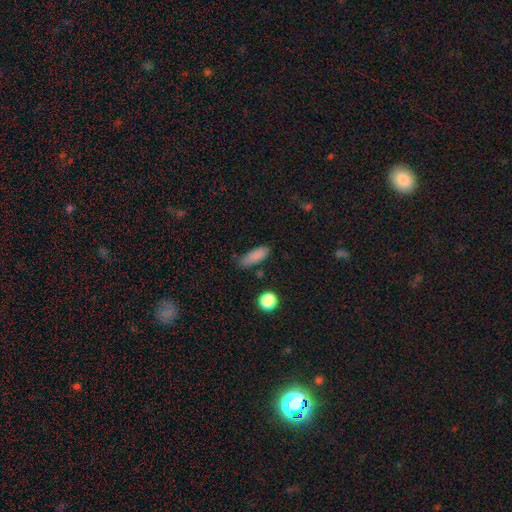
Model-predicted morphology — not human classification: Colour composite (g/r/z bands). It shows a smooth galaxy with no disk features (84%) that is in between round and cigar-shaped (57%). Merging: none (67%).